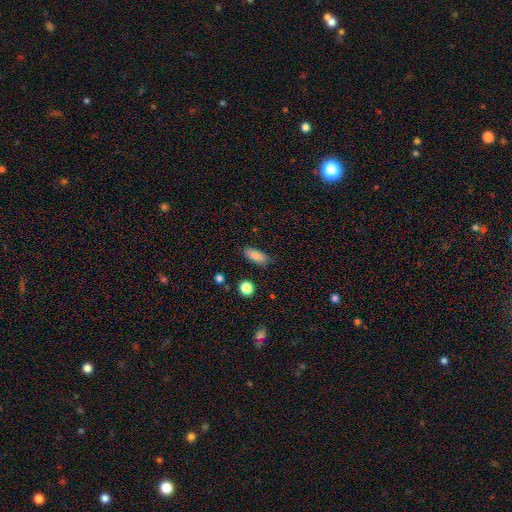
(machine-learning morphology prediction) A smooth galaxy with no disk features (85%) that is in between round and cigar-shaped (80%). Merging: none (81%).